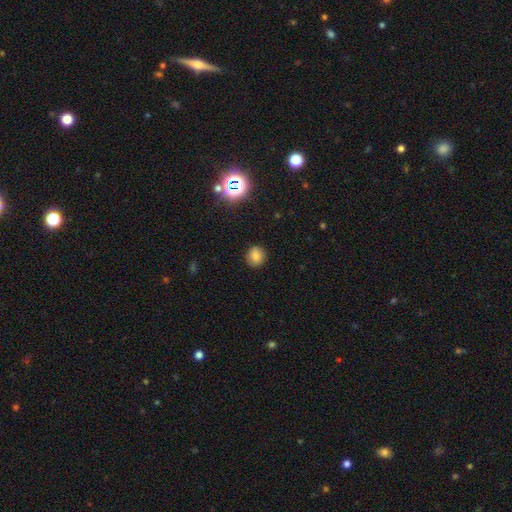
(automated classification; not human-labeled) Smooth or featured? Predicted: smooth (p=0.79). How rounded? Predicted: round (p=0.84). Merging? Predicted: none (p=0.88).